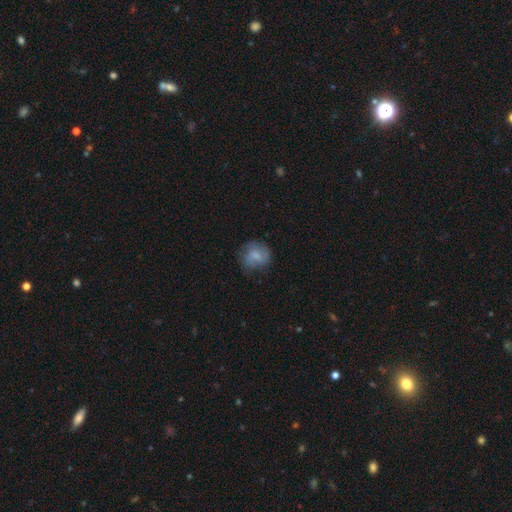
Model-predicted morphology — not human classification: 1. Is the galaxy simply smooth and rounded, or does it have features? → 60% smooth, 32% featured or disk, 9% star or artifact.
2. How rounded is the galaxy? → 76% round, 23% in between, 1% cigar-shaped.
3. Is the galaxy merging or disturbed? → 63% none, 23% minor disturbance, 12% major disturbance, 2% merger.